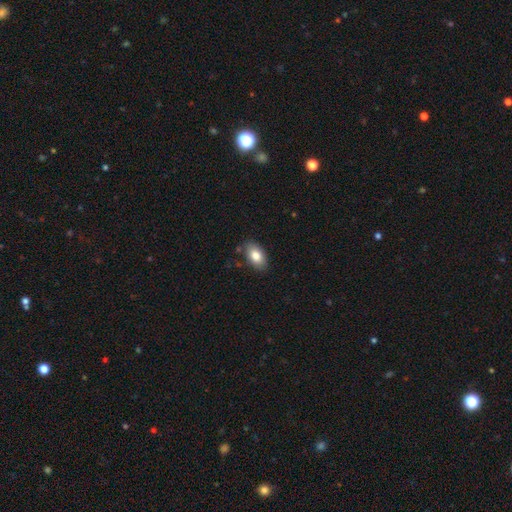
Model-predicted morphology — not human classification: A smooth galaxy with no disk features (82%) that is in between round and cigar-shaped (92%). Merging: none (83%).